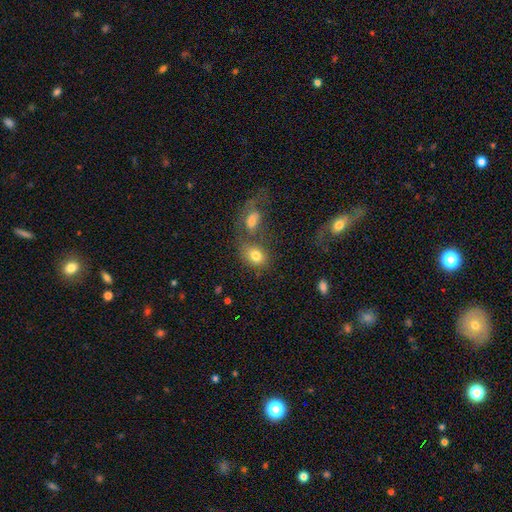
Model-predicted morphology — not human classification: Smooth or featured? Predicted: smooth (p=0.77). How rounded? Predicted: in between (p=0.65). Merging? Predicted: none (p=0.42).